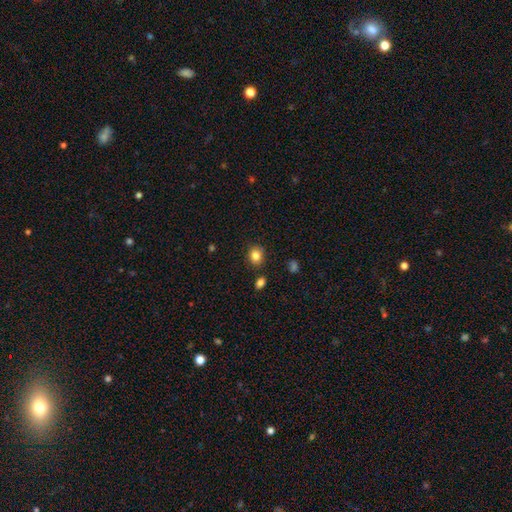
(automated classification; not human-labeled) A smooth galaxy with no disk features (84%) that is round (64%). Merging: none (84%).